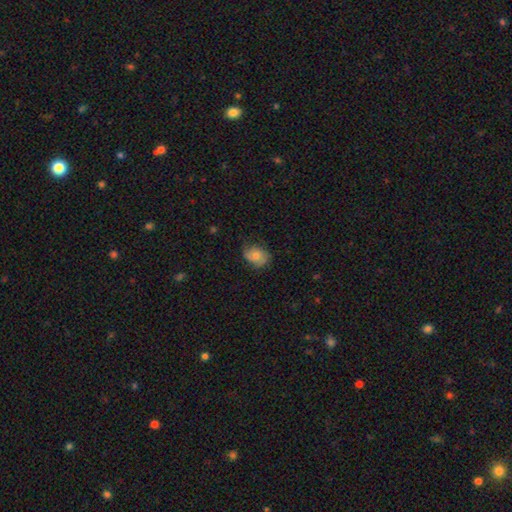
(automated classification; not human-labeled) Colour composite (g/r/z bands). It shows a smooth galaxy with no disk features (64%) that is in between round and cigar-shaped (64%). Merging: none (65%).